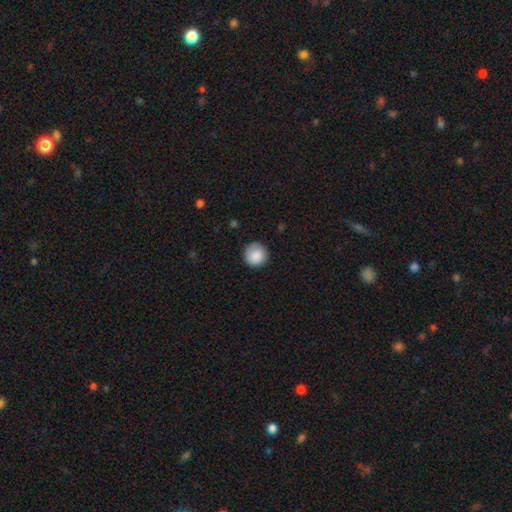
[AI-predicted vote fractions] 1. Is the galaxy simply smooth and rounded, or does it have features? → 86% smooth, 8% star or artifact, 6% featured or disk.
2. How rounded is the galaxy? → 94% round, 5% in between, 1% cigar-shaped.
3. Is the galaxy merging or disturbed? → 83% none, 13% minor disturbance, 3% major disturbance, 1% merger.